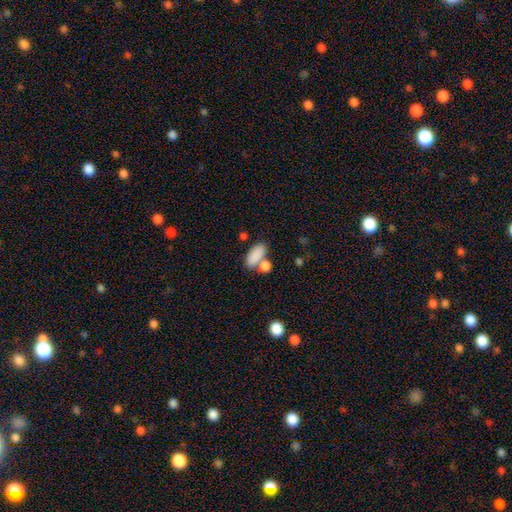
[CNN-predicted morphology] A smooth galaxy with no disk features (86%) that is in between round and cigar-shaped (88%).

Vote fractions:
- Smooth or featured? smooth: 86% / star or artifact: 8% / featured or disk: 7%
- How rounded? in between: 88% / cigar-shaped: 7% / round: 5%
- Merging? none: 54% / merger: 30% / minor disturbance: 12% / major disturbance: 5%